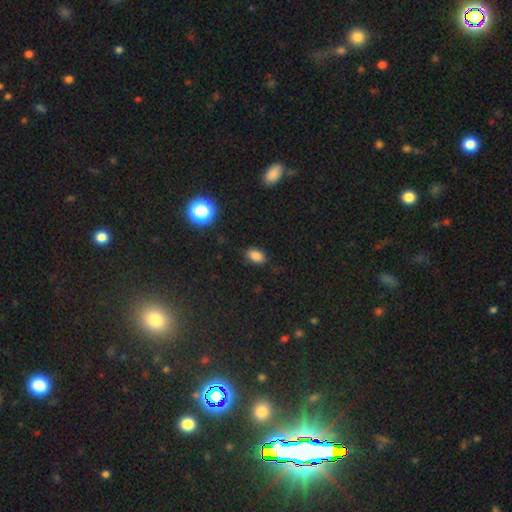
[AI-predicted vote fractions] Smooth or featured?
  - smooth: 81% *
  - star or artifact: 14%
  - featured or disk: 5%
How rounded?
  - in between: 86% *
  - round: 13%
  - cigar-shaped: 2%
Merging?
  - none: 82% *
  - minor disturbance: 14%
  - major disturbance: 3%
  - merger: 1%